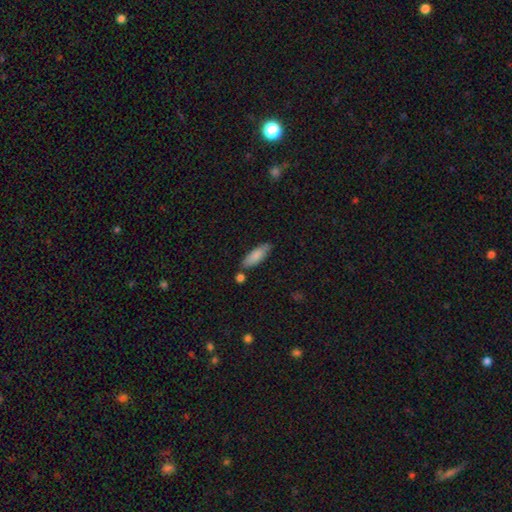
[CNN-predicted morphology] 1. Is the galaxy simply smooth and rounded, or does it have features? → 84% smooth, 10% featured or disk, 6% star or artifact.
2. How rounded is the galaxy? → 60% in between, 38% cigar-shaped, 2% round.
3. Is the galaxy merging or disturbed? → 71% none, 17% minor disturbance, 8% merger, 3% major disturbance.